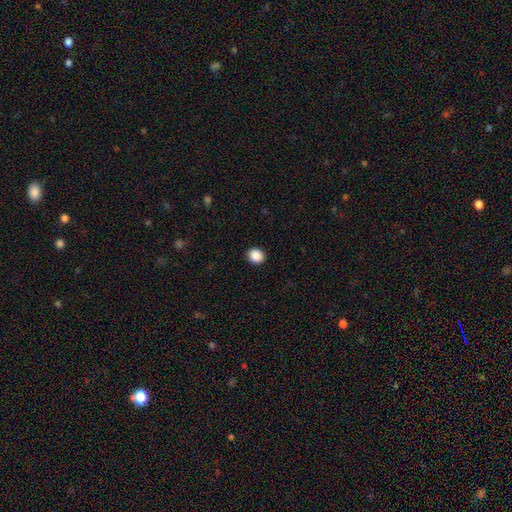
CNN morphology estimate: Overall: smooth (89%). How rounded: round (75%). Merging: none (92%).